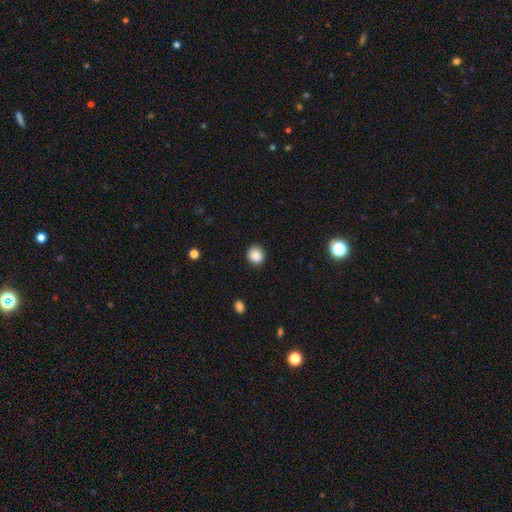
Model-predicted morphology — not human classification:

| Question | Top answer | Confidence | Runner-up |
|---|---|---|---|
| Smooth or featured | smooth | 87% | star or artifact (9%) |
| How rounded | round | 85% | in between (14%) |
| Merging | none | 88% | minor disturbance (9%) |